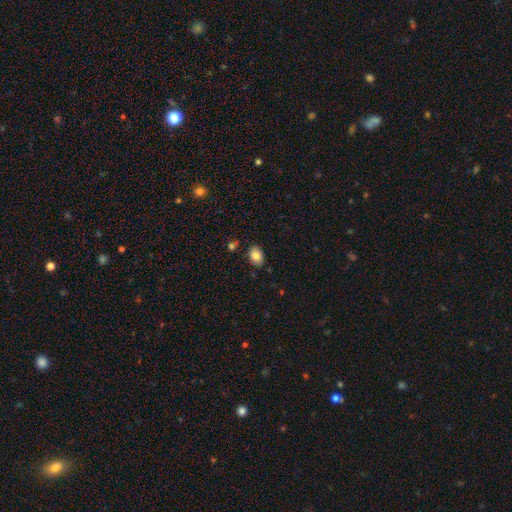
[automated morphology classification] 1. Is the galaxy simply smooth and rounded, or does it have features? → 83% smooth, 9% featured or disk, 8% star or artifact.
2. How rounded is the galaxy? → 79% in between, 20% round, 1% cigar-shaped.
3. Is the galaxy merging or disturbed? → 83% none, 12% minor disturbance, 3% merger, 2% major disturbance.